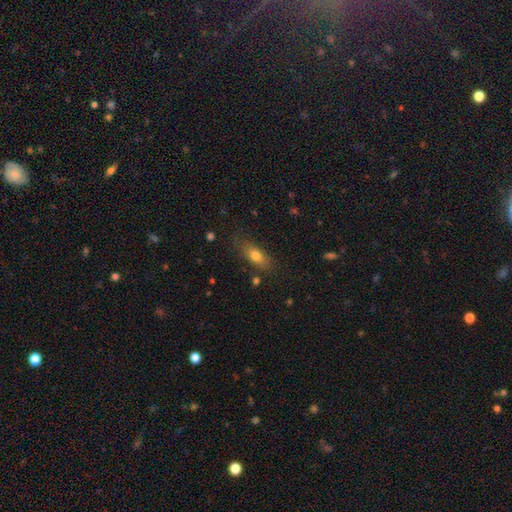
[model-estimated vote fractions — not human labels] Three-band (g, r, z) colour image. It shows a smooth galaxy with no disk features (74%) that is in between round and cigar-shaped (72%). Merging: none (75%).